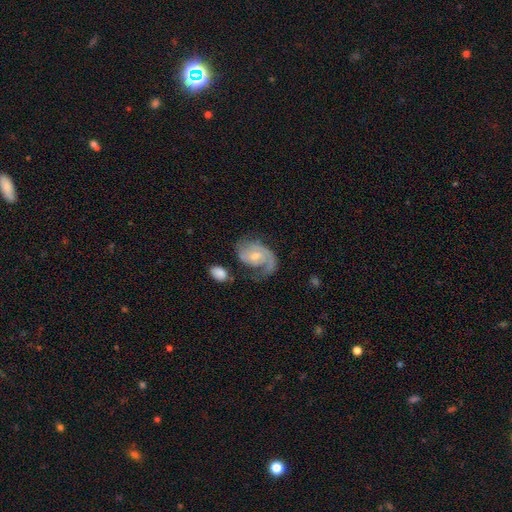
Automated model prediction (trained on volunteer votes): Q: Smooth or featured?
A: featured or disk (82%); runner-up: smooth (12%)
Q: Edge-on disk?
A: no (97%); runner-up: yes (3%)
Q: Bar?
A: no (48%); runner-up: weak (44%)
Q: Spiral arms?
A: yes (94%); runner-up: no (6%)
Q: Spiral winding?
A: medium (44%); runner-up: tight (34%)
Q: Spiral arm count?
A: 2 (50%); runner-up: 1 (37%)
Q: Bulge size?
A: moderate (48%); runner-up: small (45%)
Q: Merging?
A: none (50%); runner-up: minor disturbance (22%)